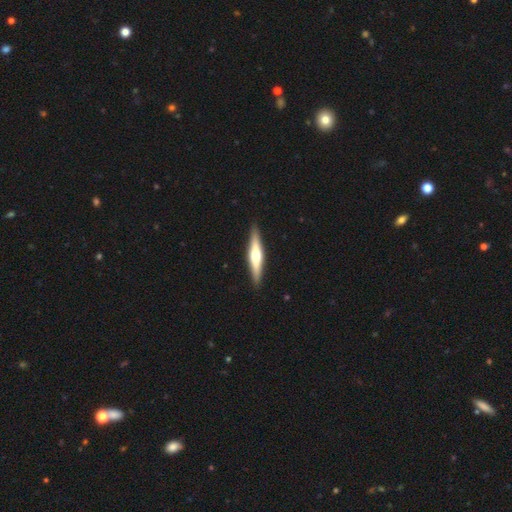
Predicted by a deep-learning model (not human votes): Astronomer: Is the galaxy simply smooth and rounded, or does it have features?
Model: featured or disk — 64%.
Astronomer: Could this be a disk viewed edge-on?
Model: yes — 97%.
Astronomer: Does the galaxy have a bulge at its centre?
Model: rounded — 91%.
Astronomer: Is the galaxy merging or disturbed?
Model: none — 91%.